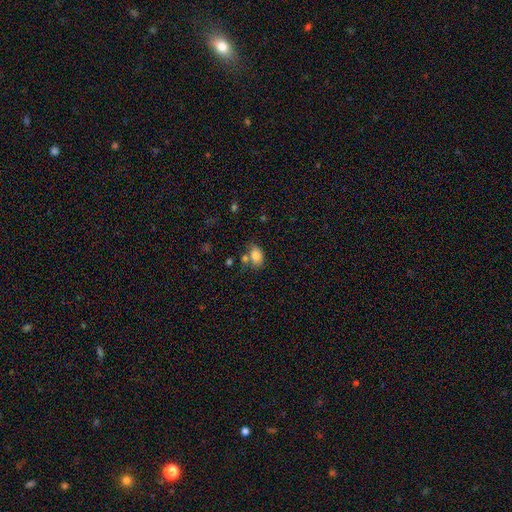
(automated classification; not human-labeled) The model was most divided on "merging": none: 53%, merger: 21%, minor disturbance: 20%, major disturbance: 6%. More confident: smooth or featured — smooth (82%); how rounded — in between (80%).